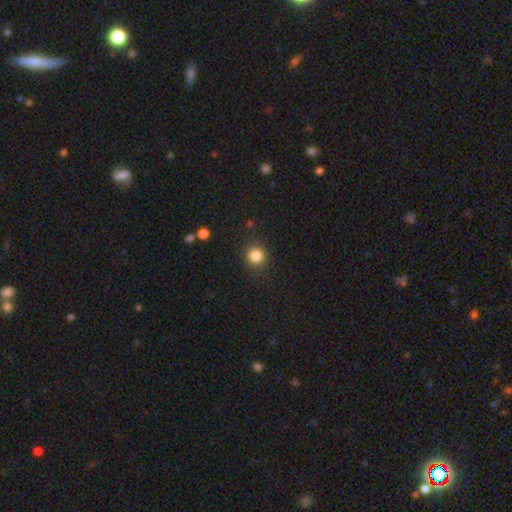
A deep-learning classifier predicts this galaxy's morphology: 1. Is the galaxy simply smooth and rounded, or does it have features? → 83% smooth, 12% star or artifact, 5% featured or disk.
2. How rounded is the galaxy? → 90% round, 9% in between, 1% cigar-shaped.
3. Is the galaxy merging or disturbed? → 89% none, 7% minor disturbance, 3% major disturbance, 1% merger.